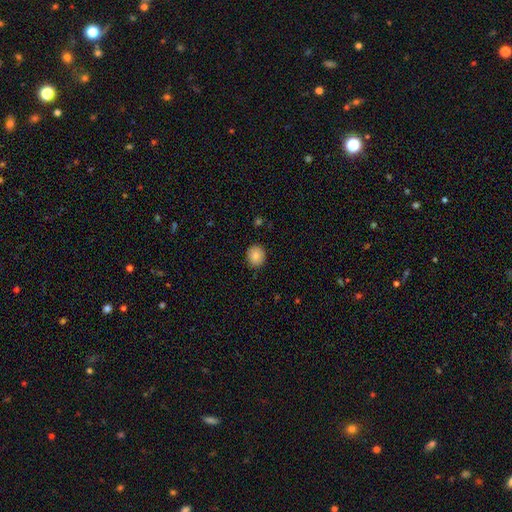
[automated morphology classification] The model was most divided on "how rounded": round: 83%, in between: 16%, cigar-shaped: 1%. More confident: merging — none (89%); smooth or featured — smooth (84%).